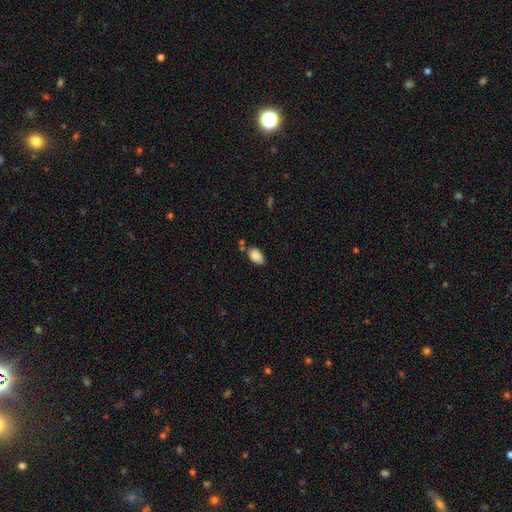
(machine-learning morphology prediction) This appears to be a smooth galaxy with no disk features (86%) that is in between round and cigar-shaped (89%). Merging: none (63%).